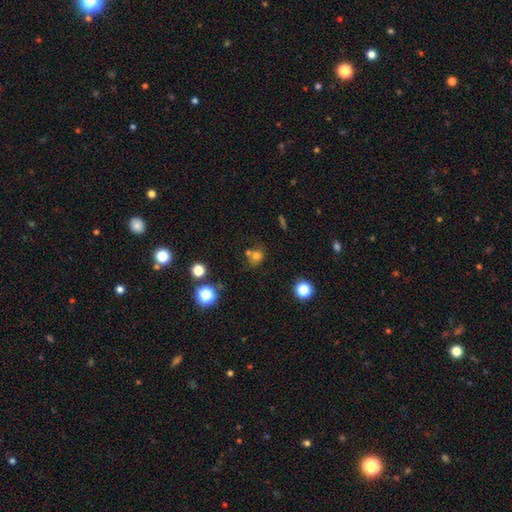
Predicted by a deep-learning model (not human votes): smooth-or-featured: smooth: 70% | star or artifact: 19% | featured or disk: 11%
  how-rounded: round: 75% | in between: 24% | cigar-shaped: 1%
  merging: none: 52% | merger: 30% | minor disturbance: 13% | major disturbance: 5%